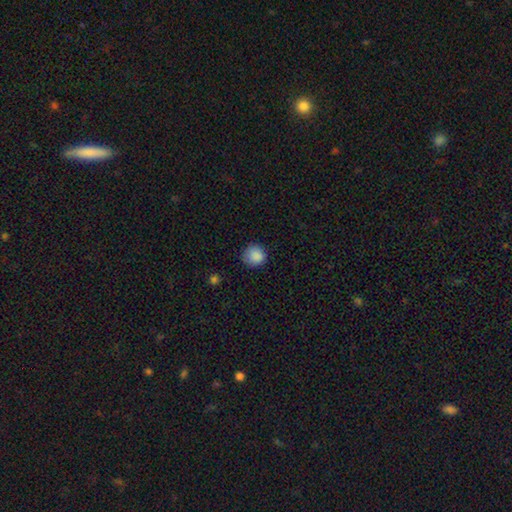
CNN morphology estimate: Smooth or featured: smooth — 88% (star or artifact — 9%)
How rounded: round — 91% (in between — 8%)
Merging: none — 81% (minor disturbance — 15%)